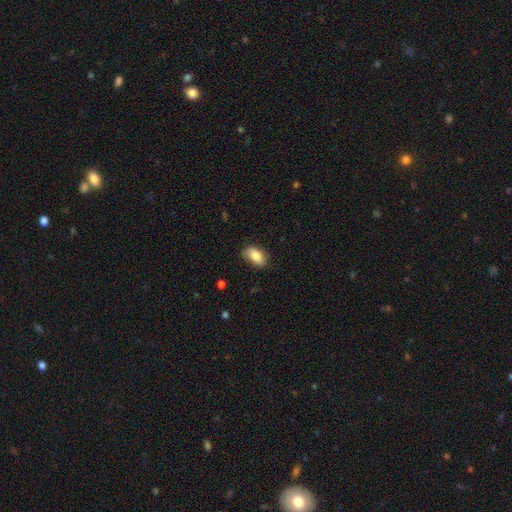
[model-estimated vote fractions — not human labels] smooth-or-featured: smooth: 84% | featured or disk: 9% | star or artifact: 7%
  how-rounded: in between: 91% | round: 6% | cigar-shaped: 2%
  merging: none: 77% | minor disturbance: 19% | major disturbance: 3% | merger: 1%